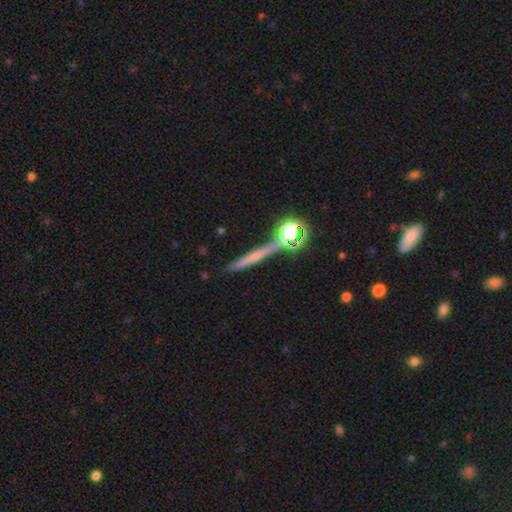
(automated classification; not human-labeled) Smooth or featured?
  - featured or disk: 46% *
  - smooth: 34%
  - star or artifact: 19%
Merging?
  - none: 77% *
  - minor disturbance: 10%
  - merger: 9%
  - major disturbance: 4%